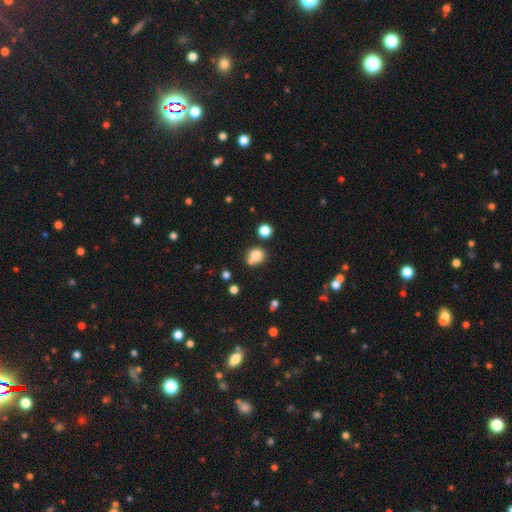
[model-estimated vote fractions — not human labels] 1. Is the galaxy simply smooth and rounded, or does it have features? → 80% smooth, 12% star or artifact, 7% featured or disk.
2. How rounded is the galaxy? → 84% round, 15% in between, 1% cigar-shaped.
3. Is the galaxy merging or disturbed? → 62% none, 23% merger, 12% minor disturbance, 4% major disturbance.